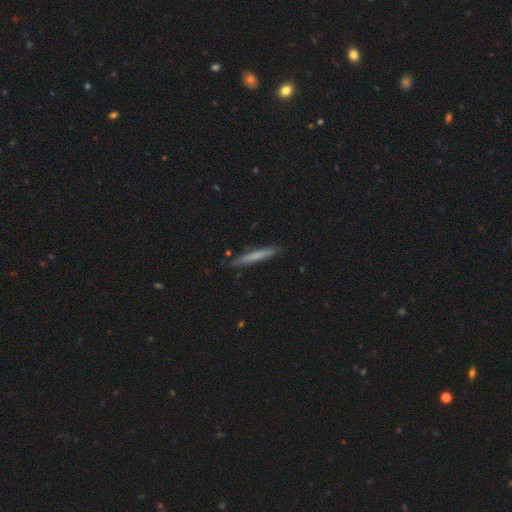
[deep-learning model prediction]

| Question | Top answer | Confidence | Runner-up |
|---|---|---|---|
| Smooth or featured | smooth | 67% | featured or disk (27%) |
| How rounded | cigar-shaped | 96% | in between (3%) |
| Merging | none | 88% | minor disturbance (9%) |